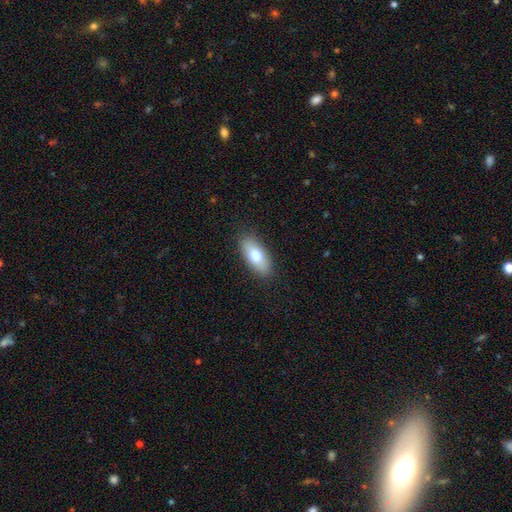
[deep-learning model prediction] Smooth or featured: smooth — 74% (featured or disk — 20%)
How rounded: in between — 84% (cigar-shaped — 13%)
Merging: none — 87% (minor disturbance — 10%)